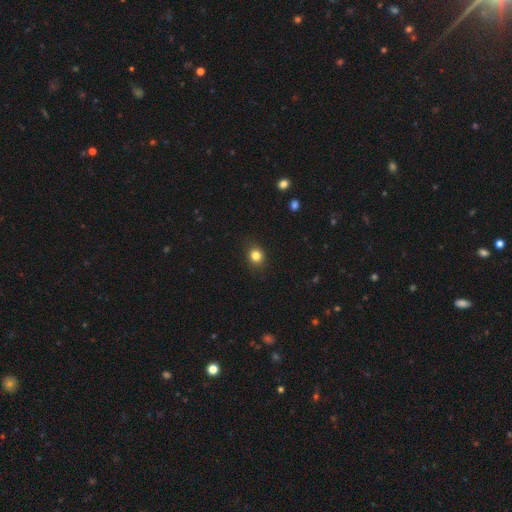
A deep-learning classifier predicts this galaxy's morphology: smooth-or-featured: smooth: 82% | star or artifact: 12% | featured or disk: 5%
  how-rounded: round: 74% | in between: 25% | cigar-shaped: 1%
  merging: none: 88% | minor disturbance: 9% | major disturbance: 2% | merger: 1%